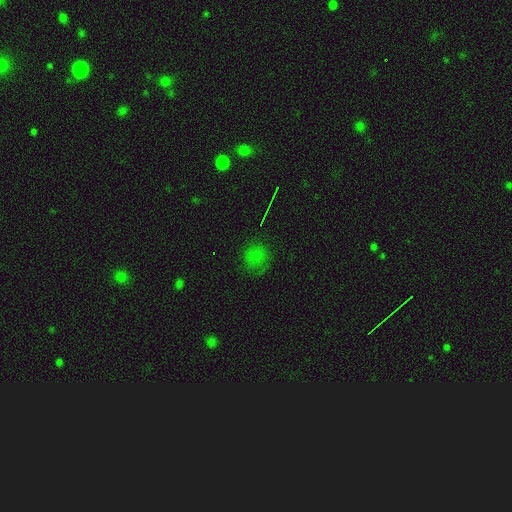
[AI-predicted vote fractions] Smooth or featured? smooth (67%)
How rounded? round (88%)
Merging? none (75%)